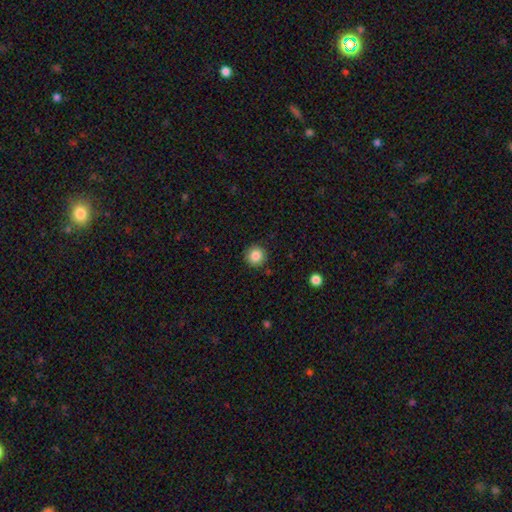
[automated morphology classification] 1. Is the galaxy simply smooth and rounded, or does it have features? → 85% smooth, 10% star or artifact, 5% featured or disk.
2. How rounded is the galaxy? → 94% round, 5% in between, 1% cigar-shaped.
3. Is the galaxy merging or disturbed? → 90% none, 7% minor disturbance, 2% major disturbance, 1% merger.